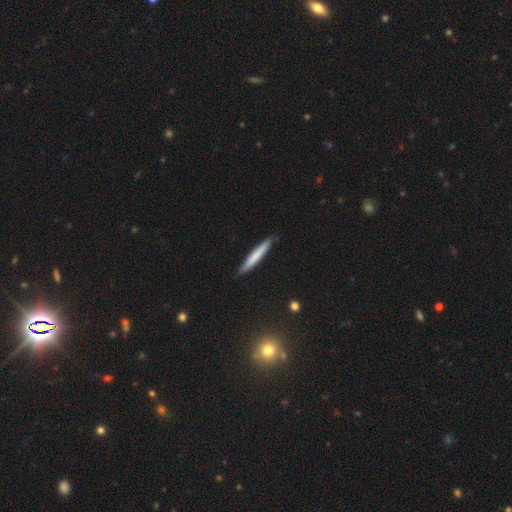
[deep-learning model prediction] This appears to be a smooth galaxy with no disk features (70%) that is cigar-shaped (96%). Merging: none (88%).